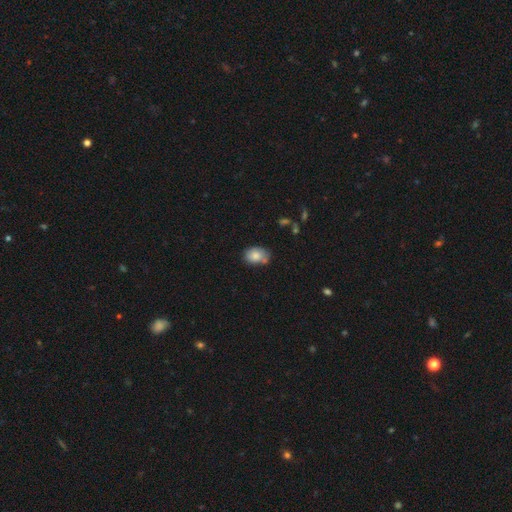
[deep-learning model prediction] Overall: smooth (82%). How rounded: in between (77%). Merging: none (58%; minor disturbance 26%).